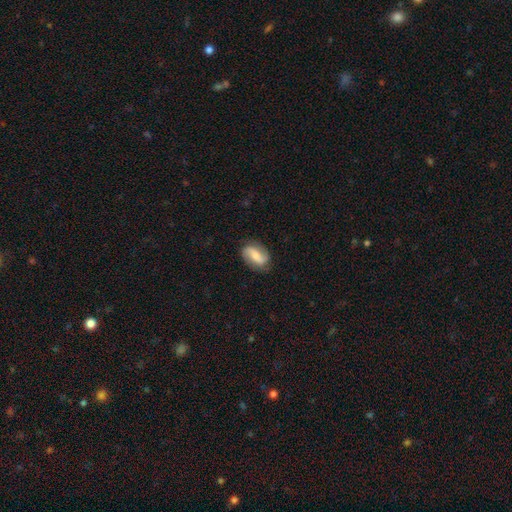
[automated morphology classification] This appears to be a featured or disk galaxy (61%) with a weak bar (40%), 2 (89%) loose (52%) spiral arms (92%) and a moderate central bulge (42%, tied with small). Merging: none (81%).